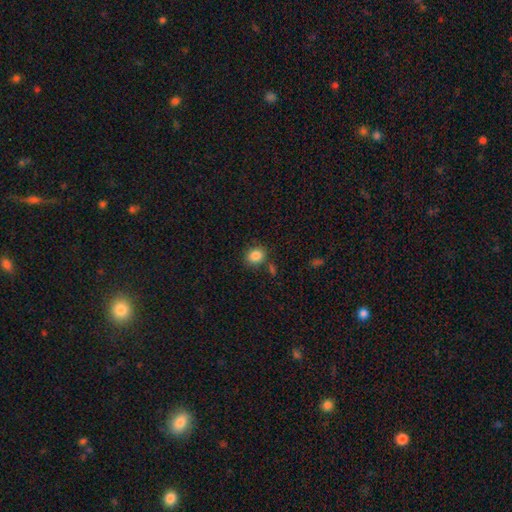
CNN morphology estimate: Smooth or featured? smooth (85%)
How rounded? round (56%)
Merging? none (77%)